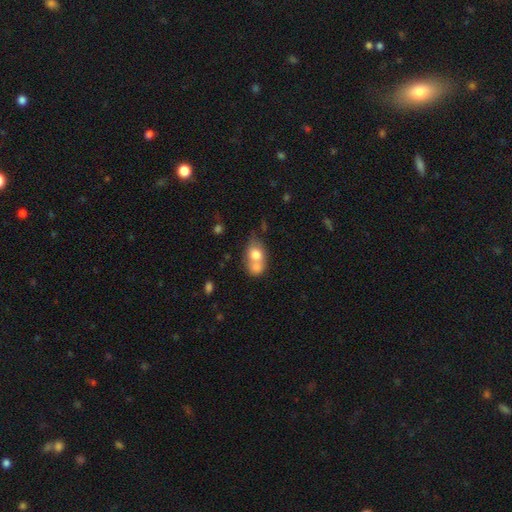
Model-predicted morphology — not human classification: smooth 72%, featured or disk 20%, star or artifact 8%. Down the decision tree: how rounded — in between (60%); merging — merger (65%).